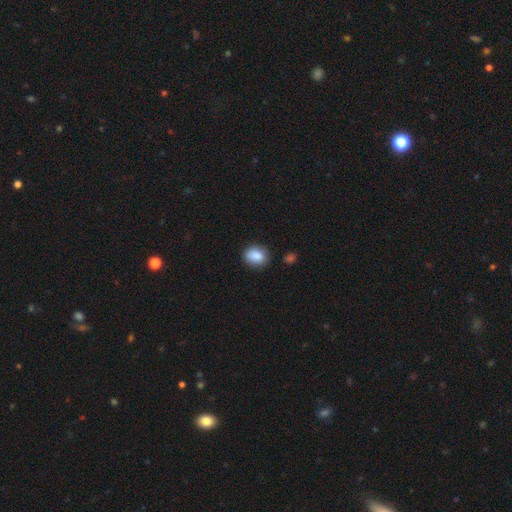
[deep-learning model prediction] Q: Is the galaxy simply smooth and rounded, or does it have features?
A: smooth — 87%.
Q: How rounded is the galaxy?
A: in between — 53%.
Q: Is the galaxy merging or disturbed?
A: none — 79%.